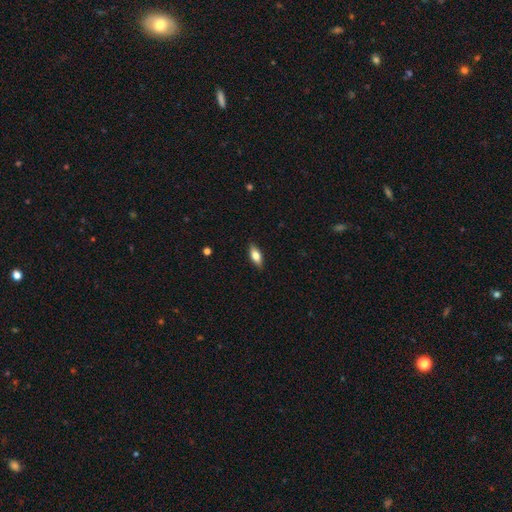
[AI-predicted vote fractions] Smooth or featured? Predicted: smooth (p=0.70). How rounded? Predicted: in between (p=0.78). Merging? Predicted: none (p=0.87).